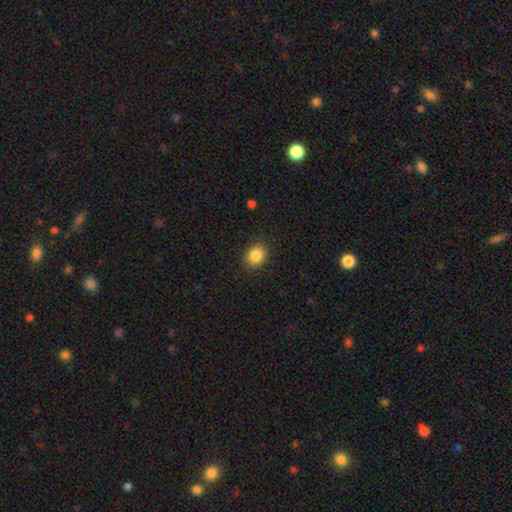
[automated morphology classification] type=smooth (86%); roundness=in between (51%); merging=none (87%).